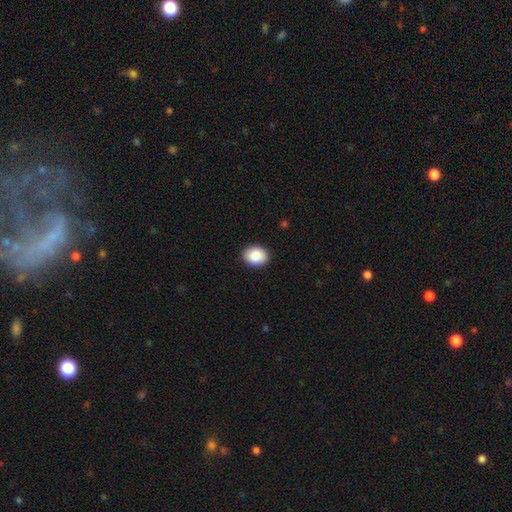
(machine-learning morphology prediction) Smooth or featured: smooth — 89% (star or artifact — 7%)
How rounded: in between — 61% (round — 39%)
Merging: none — 91% (minor disturbance — 7%)